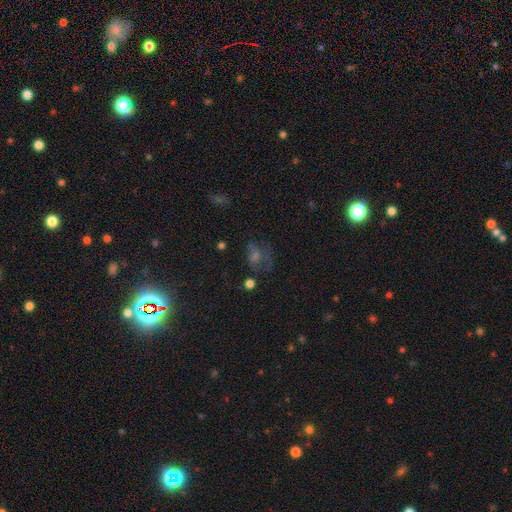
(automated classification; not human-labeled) smooth-or-featured: star or artifact: 43% | smooth: 31% | featured or disk: 26%